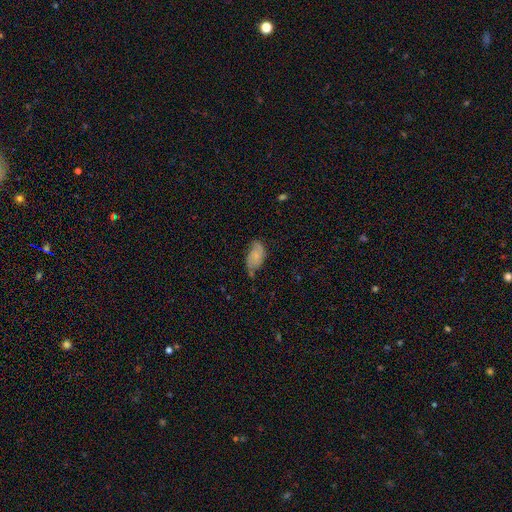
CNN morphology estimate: A smooth galaxy with no disk features (61%) that is in between round and cigar-shaped (92%).

Vote fractions:
- Smooth or featured? smooth: 61% / featured or disk: 31% / star or artifact: 9%
- How rounded? in between: 92% / round: 5% / cigar-shaped: 3%
- Merging? none: 46% / minor disturbance: 37% / major disturbance: 12% / merger: 4%